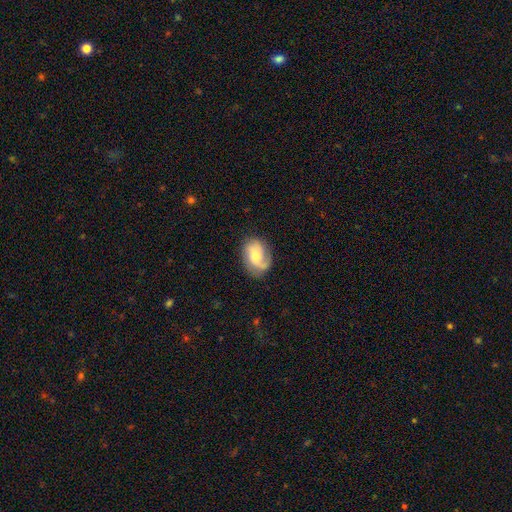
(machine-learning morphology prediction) Overall: featured or disk (59%; smooth 34%). Edge-on disk: no (97%). Bar: no (65%; weak 30%). Spiral arms: yes (91%). Spiral arm count: 2 (49%; 1 26%). Spiral winding: medium (41%; loose 34%). Bulge size: moderate (47%; small 39%). Merging: none (67%).